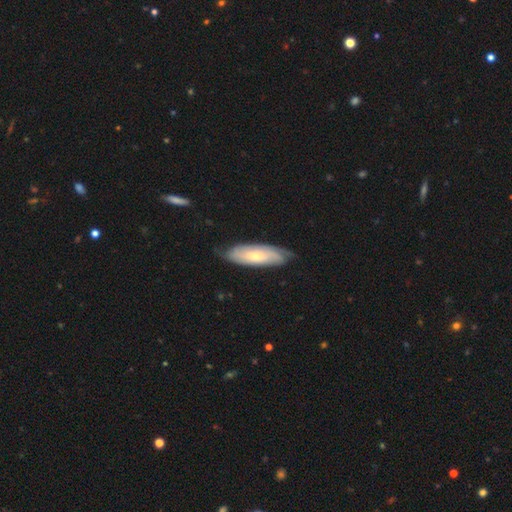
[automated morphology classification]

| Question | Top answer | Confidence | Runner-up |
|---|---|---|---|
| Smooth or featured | featured or disk | 49% | smooth (46%) |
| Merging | none | 72% | minor disturbance (22%) |